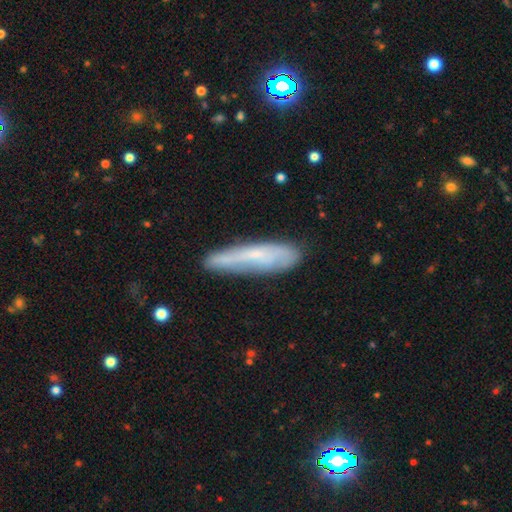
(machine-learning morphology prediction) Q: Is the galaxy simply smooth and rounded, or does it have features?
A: smooth — 49%.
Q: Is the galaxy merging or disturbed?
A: none — 72%.